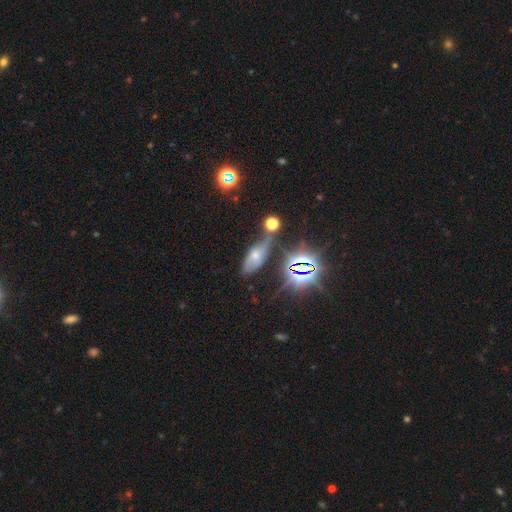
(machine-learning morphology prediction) Smooth or featured?
  - star or artifact: 42% *
  - featured or disk: 32%
  - smooth: 26%